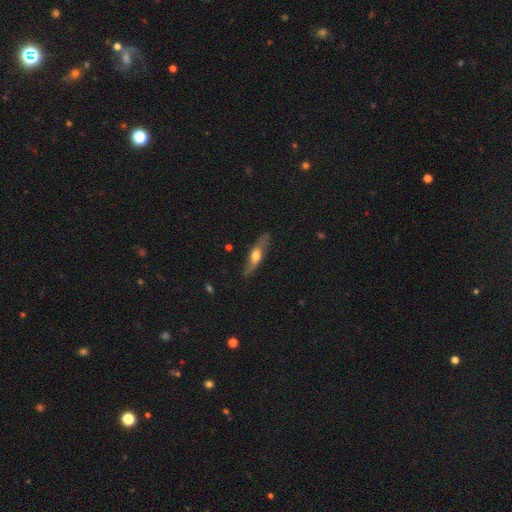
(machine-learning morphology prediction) Overall: featured or disk (59%; smooth 35%). Edge-on disk: yes (66%; no 34%). Merging: none (79%).